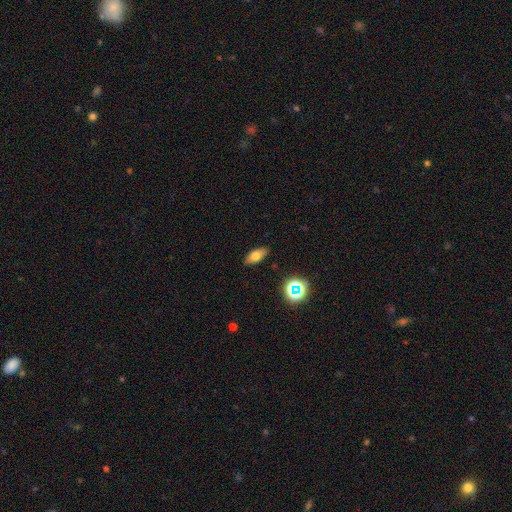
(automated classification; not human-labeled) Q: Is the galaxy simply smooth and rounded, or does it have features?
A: smooth — 67%.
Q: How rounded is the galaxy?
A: in between — 82%.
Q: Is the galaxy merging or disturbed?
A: none — 87%.